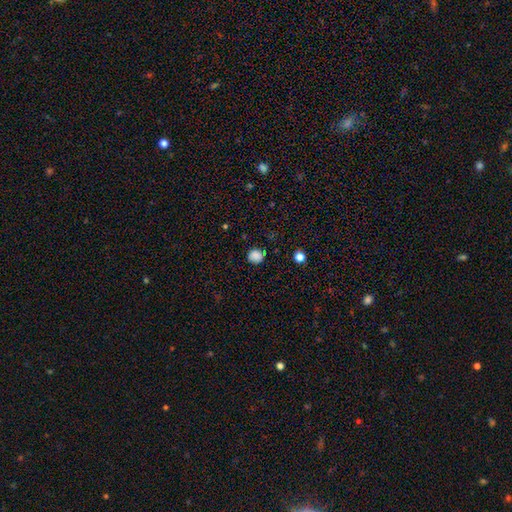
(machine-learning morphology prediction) Q: Smooth or featured?
A: smooth (83%); runner-up: star or artifact (12%)
Q: How rounded?
A: round (82%); runner-up: in between (17%)
Q: Merging?
A: none (80%); runner-up: minor disturbance (14%)